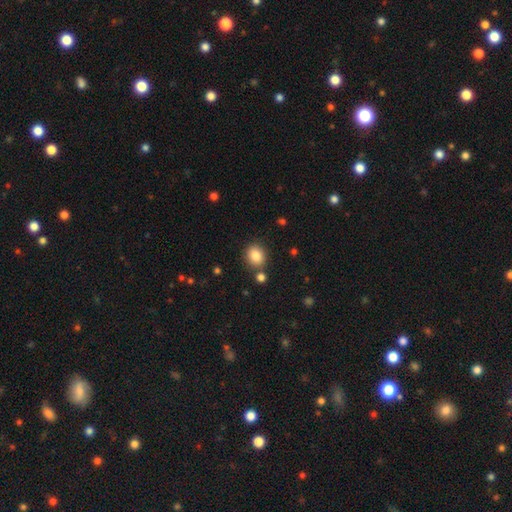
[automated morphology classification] Smooth or featured? smooth (84%)
How rounded? round (67%)
Merging? none (80%)